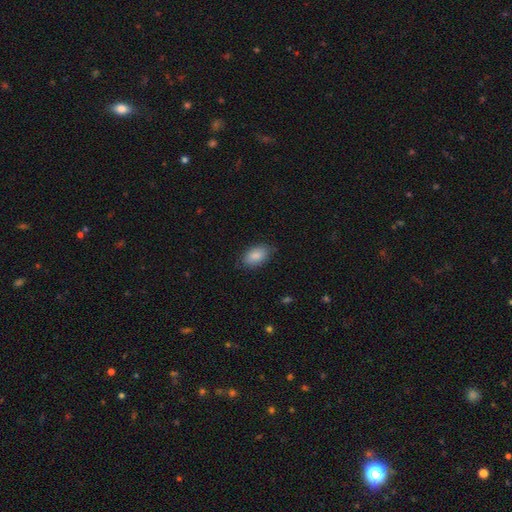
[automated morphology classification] type=smooth (87%); roundness=in between (93%); merging=none (81%).